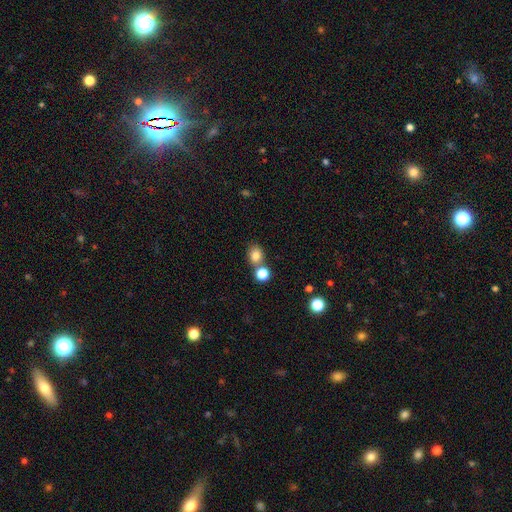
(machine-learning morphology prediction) smooth 81%, star or artifact 13%, featured or disk 7%. Down the decision tree: how rounded — round (59%); merging — none (63%).